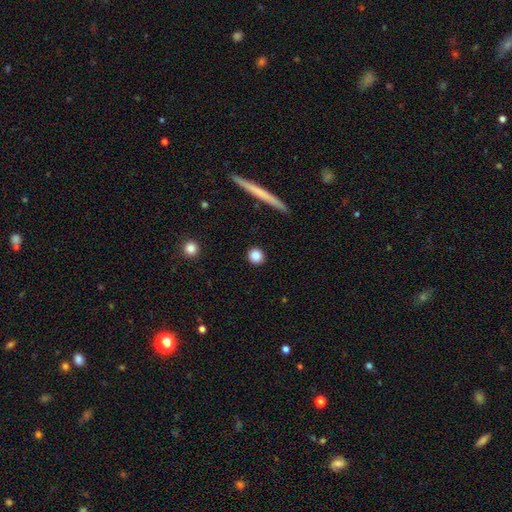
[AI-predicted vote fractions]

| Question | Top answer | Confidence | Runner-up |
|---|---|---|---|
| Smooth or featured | smooth | 85% | star or artifact (9%) |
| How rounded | round | 90% | in between (8%) |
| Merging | none | 91% | minor disturbance (6%) |